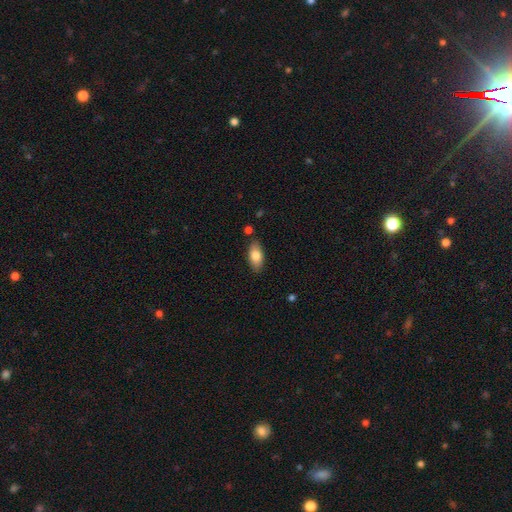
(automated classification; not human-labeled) The model was most divided on "smooth or featured": smooth: 79%, featured or disk: 14%, star or artifact: 7%. More confident: how rounded — in between (90%); merging — none (83%).